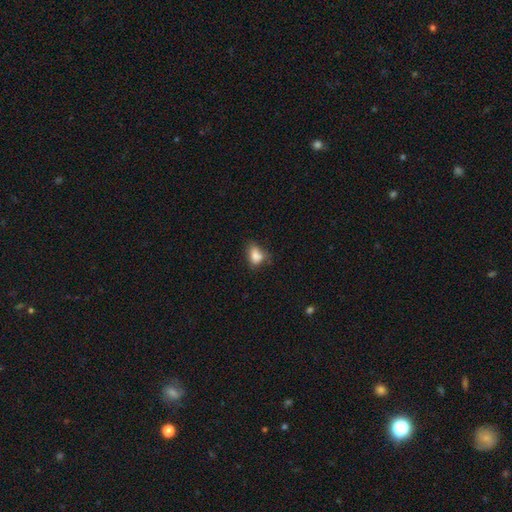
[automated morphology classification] type=smooth (79%); roundness=in between (78%); merging=none (42%).